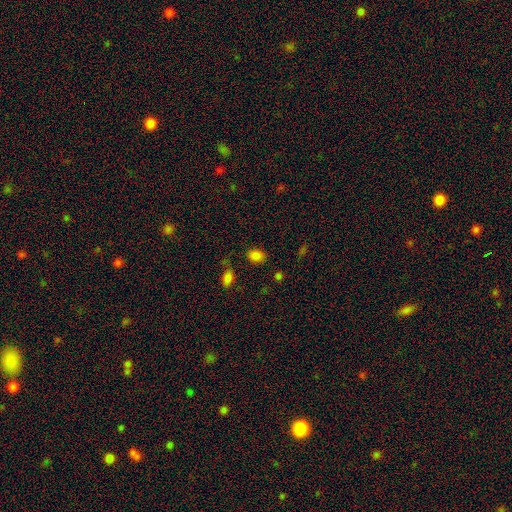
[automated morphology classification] Q: Smooth or featured?
A: smooth (83%); runner-up: star or artifact (13%)
Q: How rounded?
A: in between (73%); runner-up: round (26%)
Q: Merging?
A: none (82%); runner-up: minor disturbance (11%)